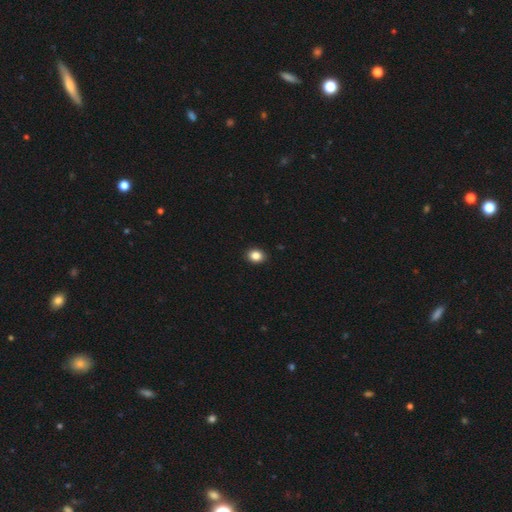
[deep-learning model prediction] Overall: smooth (86%). How rounded: in between (51%; round 48%). Merging: none (91%).